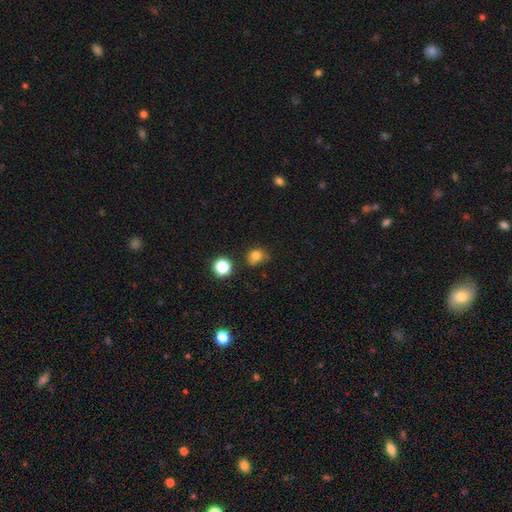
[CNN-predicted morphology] Smooth or featured? smooth (77%)
How rounded? round (67%)
Merging? none (49%)